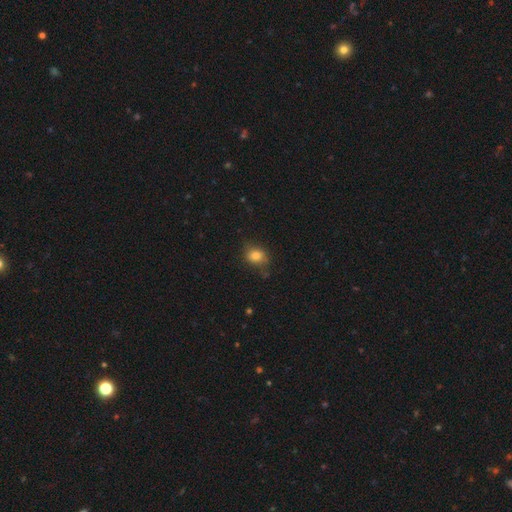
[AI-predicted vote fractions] A smooth galaxy with no disk features (82%) that is round (54%). Merging: none (72%).